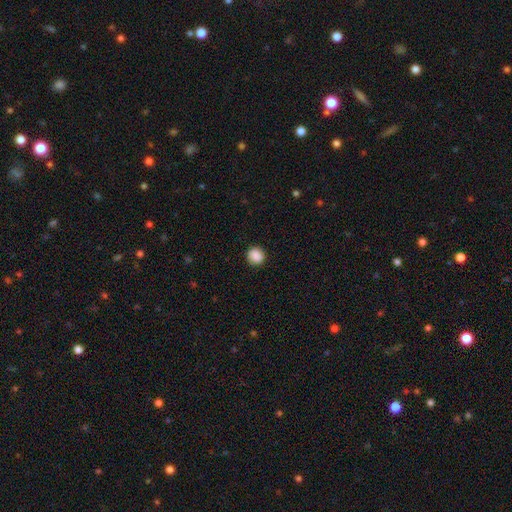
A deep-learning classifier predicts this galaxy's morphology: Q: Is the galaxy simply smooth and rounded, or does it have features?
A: smooth — 88%.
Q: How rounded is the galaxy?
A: round — 89%.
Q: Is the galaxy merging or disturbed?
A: none — 90%.